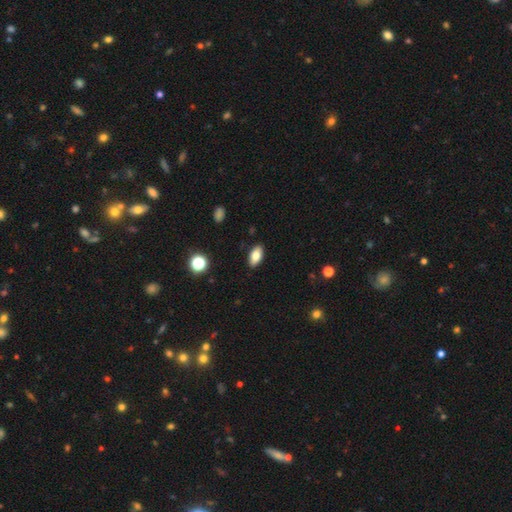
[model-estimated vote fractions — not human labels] smooth 79%, featured or disk 13%, star or artifact 8%. Down the decision tree: how rounded — in between (90%); merging — none (89%).